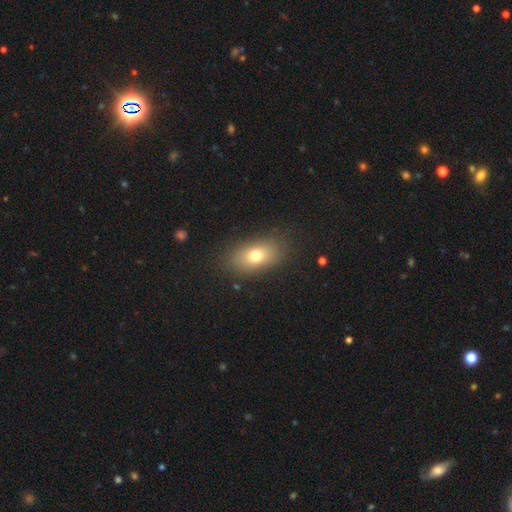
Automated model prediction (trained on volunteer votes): smooth 74%, featured or disk 15%, star or artifact 11%. Down the decision tree: how rounded — in between (83%); merging — none (83%).